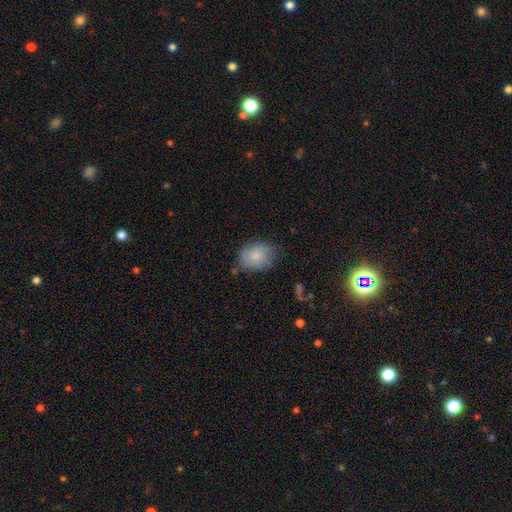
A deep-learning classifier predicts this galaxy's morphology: Smooth or featured? Predicted: smooth (p=0.74). How rounded? Predicted: in between (p=0.61). Merging? Predicted: none (p=0.64).